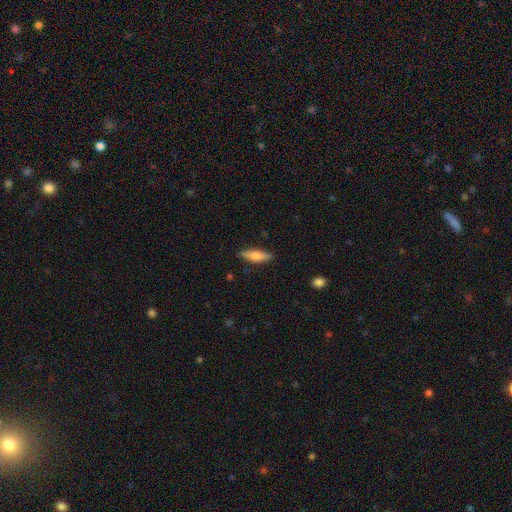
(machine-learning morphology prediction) Smooth or featured?
  - smooth: 71% *
  - featured or disk: 23%
  - star or artifact: 6%
How rounded?
  - cigar-shaped: 57% *
  - in between: 41%
  - round: 2%
Merging?
  - none: 85% *
  - minor disturbance: 11%
  - major disturbance: 2%
  - merger: 1%